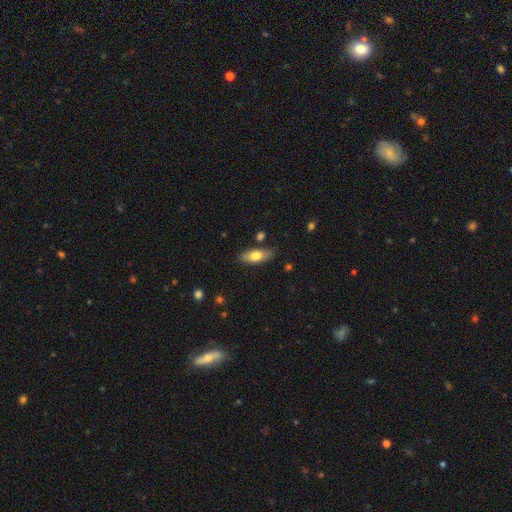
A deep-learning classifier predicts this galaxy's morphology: smooth-or-featured: smooth: 71% | featured or disk: 23% | star or artifact: 6%
  how-rounded: in between: 74% | cigar-shaped: 24% | round: 3%
  merging: none: 80% | minor disturbance: 14% | merger: 3% | major disturbance: 3%